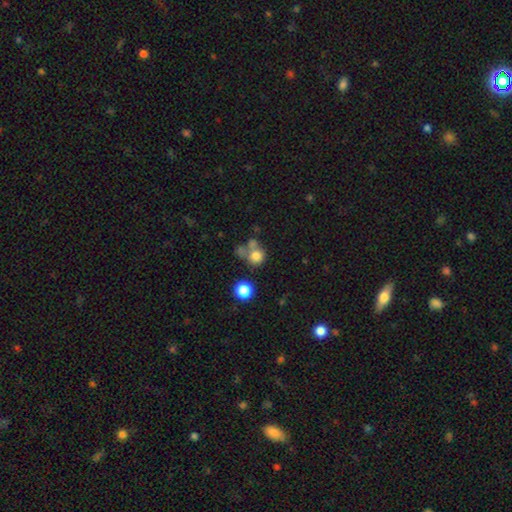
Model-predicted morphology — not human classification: smooth 73%, star or artifact 14%, featured or disk 13%. Down the decision tree: how rounded — round (84%); merging — none (43%).